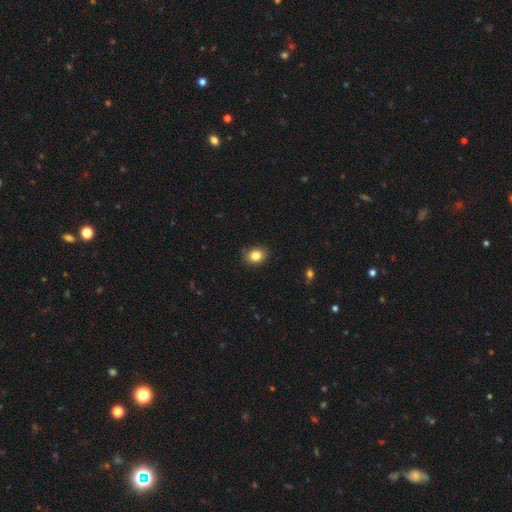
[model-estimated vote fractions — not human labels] Overall: smooth (83%). How rounded: in between (56%; round 43%). Merging: none (86%).